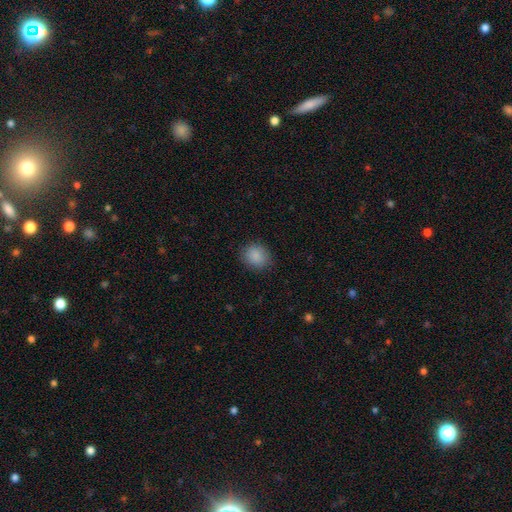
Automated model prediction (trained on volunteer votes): Smooth or featured?
  - smooth: 88% *
  - star or artifact: 8%
  - featured or disk: 4%
How rounded?
  - round: 72% *
  - in between: 27%
  - cigar-shaped: 1%
Merging?
  - none: 87% *
  - minor disturbance: 10%
  - major disturbance: 3%
  - merger: 1%